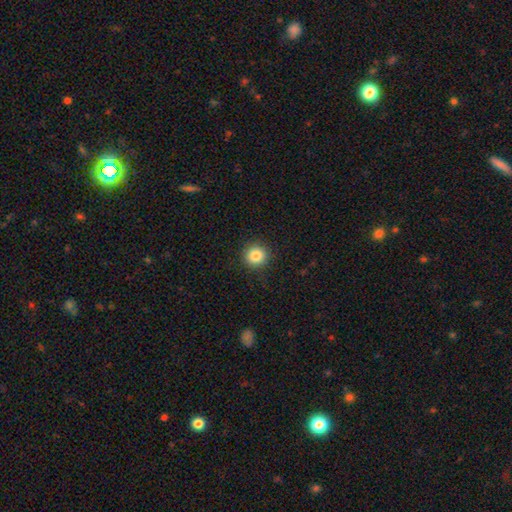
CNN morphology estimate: smooth-or-featured: smooth: 85% | star or artifact: 10% | featured or disk: 5%
  how-rounded: round: 93% | in between: 6% | cigar-shaped: 1%
  merging: none: 91% | minor disturbance: 6% | major disturbance: 2% | merger: 1%